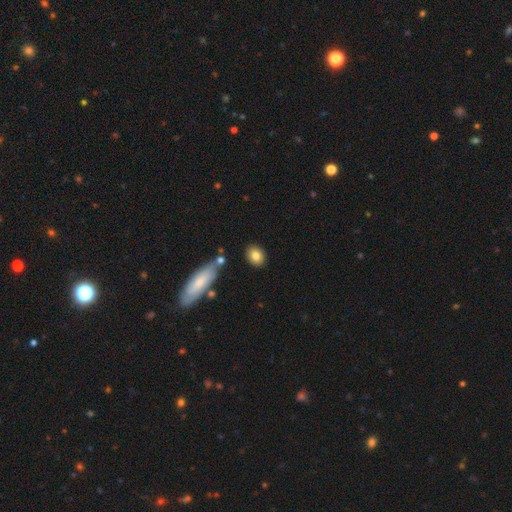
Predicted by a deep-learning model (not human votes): Smooth or featured? Predicted: smooth (p=0.82). How rounded? Predicted: in between (p=0.55). Merging? Predicted: none (p=0.84).